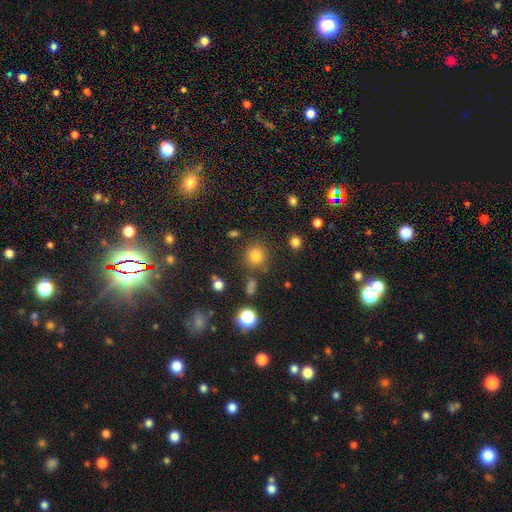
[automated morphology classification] Smooth or featured: smooth — 78% (star or artifact — 16%)
How rounded: round — 90% (in between — 9%)
Merging: none — 79% (minor disturbance — 10%)